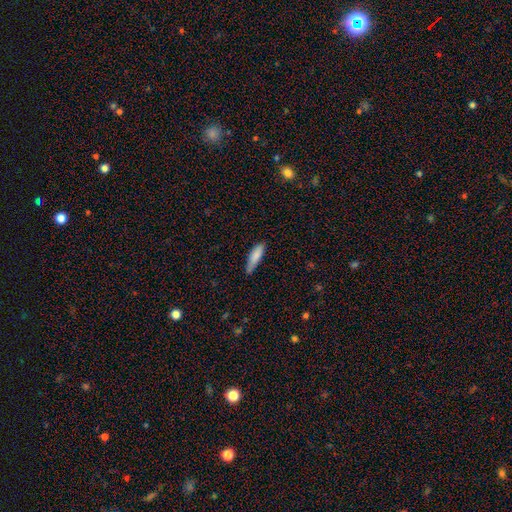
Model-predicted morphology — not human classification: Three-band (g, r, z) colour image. It shows a smooth galaxy with no disk features (83%) that is cigar-shaped (60%). Merging: none (61%).